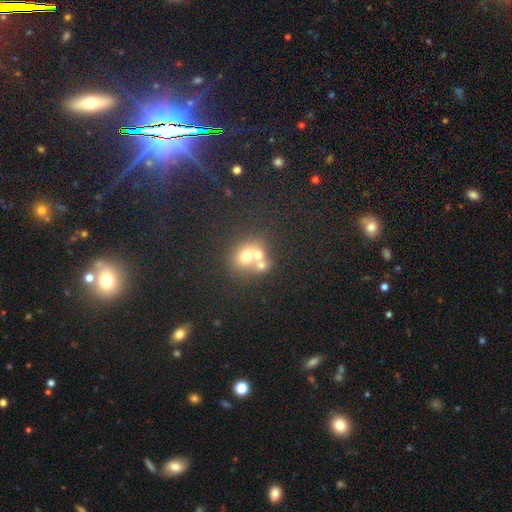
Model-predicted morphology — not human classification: smooth-or-featured: smooth: 59% | featured or disk: 24% | star or artifact: 18%
  how-rounded: round: 69% | in between: 30% | cigar-shaped: 1%
  merging: merger: 54% | none: 34% | minor disturbance: 8% | major disturbance: 4%